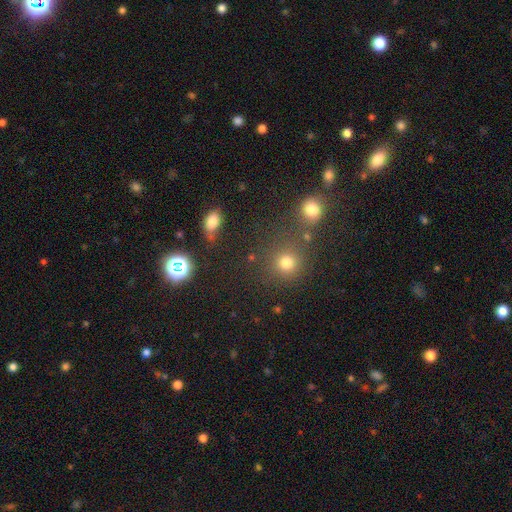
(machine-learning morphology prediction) The model was most divided on "smooth or featured": smooth: 51%, star or artifact: 42%, featured or disk: 7%. More confident: how rounded — round (91%); merging — none (70%).